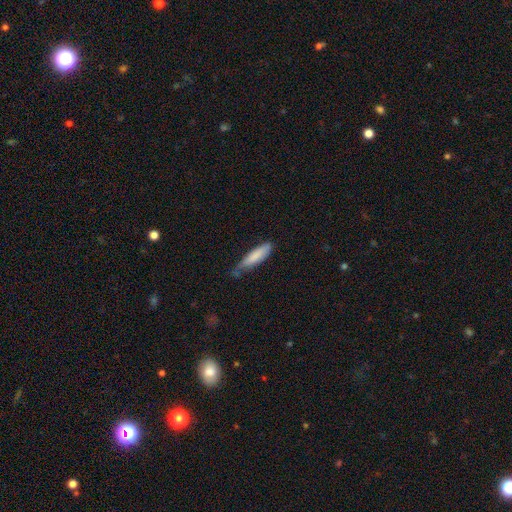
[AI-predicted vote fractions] A smooth galaxy with no disk features (82%) that is cigar-shaped (71%).

Vote fractions:
- Smooth or featured? smooth: 82% / featured or disk: 12% / star or artifact: 6%
- How rounded? cigar-shaped: 71% / in between: 28% / round: 1%
- Merging? none: 47% / minor disturbance: 40% / major disturbance: 8% / merger: 5%